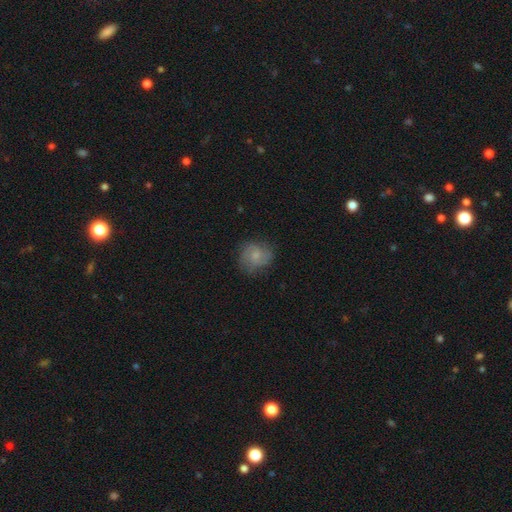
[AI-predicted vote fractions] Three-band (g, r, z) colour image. It shows a smooth galaxy with no disk features (56%) that is round (79%). Merging: none (69%).